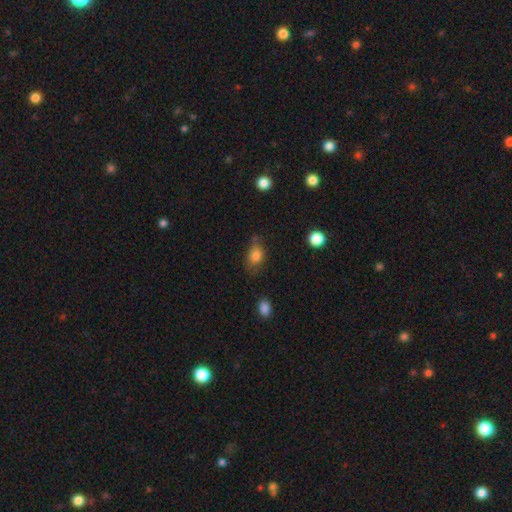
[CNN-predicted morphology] Smooth or featured? smooth (79%)
How rounded? in between (68%)
Merging? none (49%)